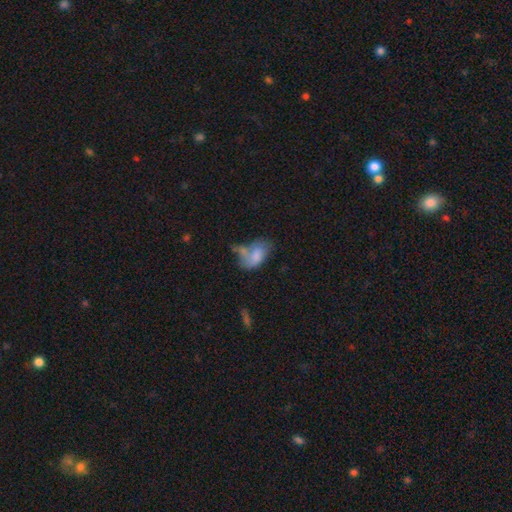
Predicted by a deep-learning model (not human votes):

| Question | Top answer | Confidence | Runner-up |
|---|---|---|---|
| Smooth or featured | smooth | 69% | featured or disk (22%) |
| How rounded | in between | 90% | round (8%) |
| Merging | merger | 32% | none (25%) |